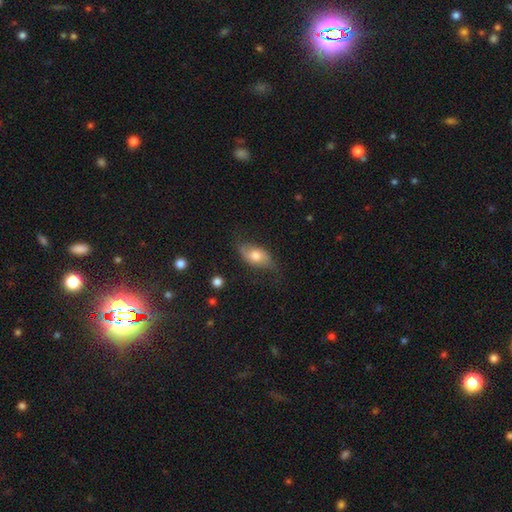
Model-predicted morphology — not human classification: smooth_or_featured: smooth (p=0.56) [alt: featured or disk p=0.37]
how_rounded: in between (p=0.88) [alt: round p=0.06]
merging: none (p=0.63) [alt: minor disturbance p=0.26]